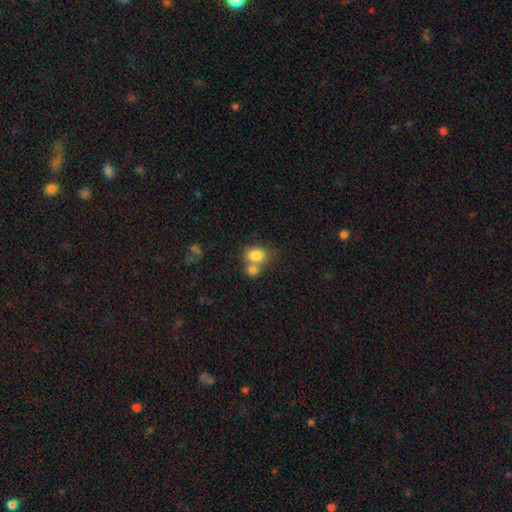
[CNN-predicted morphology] smooth_or_featured: smooth (p=0.81) [alt: featured or disk p=0.10]
how_rounded: in between (p=0.53) [alt: round p=0.46]
merging: merger (p=0.48) [alt: none p=0.38]